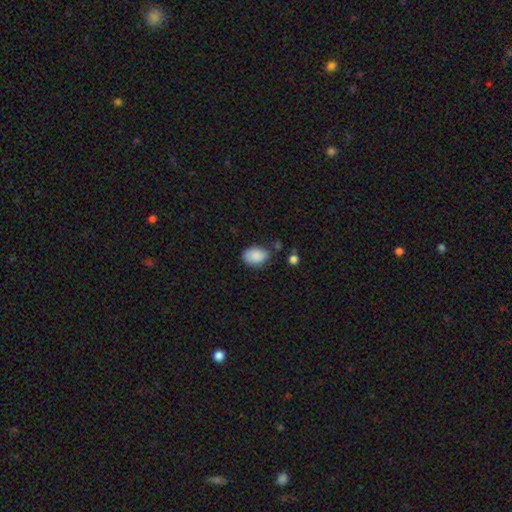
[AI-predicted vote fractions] A smooth galaxy with no disk features (88%) that is in between round and cigar-shaped (85%).

Vote fractions:
- Smooth or featured? smooth: 88% / star or artifact: 7% / featured or disk: 5%
- How rounded? in between: 85% / round: 14% / cigar-shaped: 1%
- Merging? none: 70% / minor disturbance: 21% / major disturbance: 5% / merger: 4%